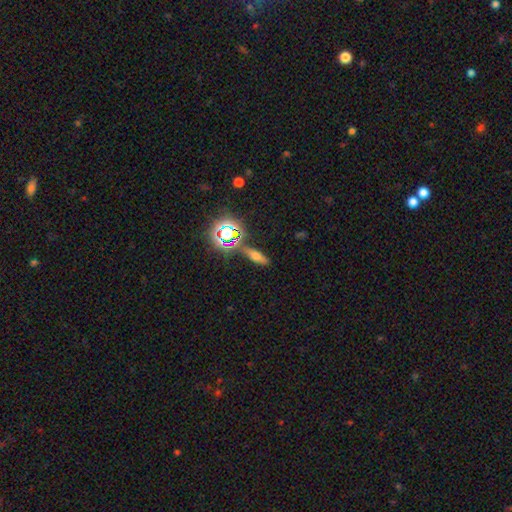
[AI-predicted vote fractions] This is possibly a smooth galaxy (49%). Merging: likely none (77%).